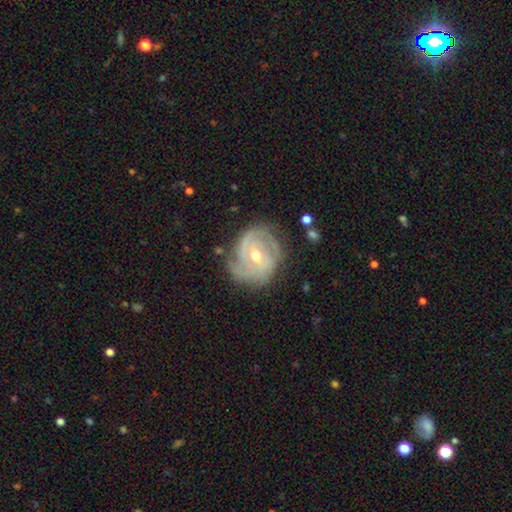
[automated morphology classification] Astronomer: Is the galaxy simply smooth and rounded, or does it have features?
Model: featured or disk — 87%.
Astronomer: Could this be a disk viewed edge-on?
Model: no — 97%.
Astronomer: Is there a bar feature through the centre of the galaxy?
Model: no — 47% (runner-up: weak, 39%).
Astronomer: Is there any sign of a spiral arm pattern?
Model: yes — 95%.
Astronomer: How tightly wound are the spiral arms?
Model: tight — 69%.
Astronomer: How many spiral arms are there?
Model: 3 — 31% (runner-up: 2, 29%).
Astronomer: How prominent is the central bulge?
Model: moderate — 63%.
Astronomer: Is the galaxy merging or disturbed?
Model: none — 73%.